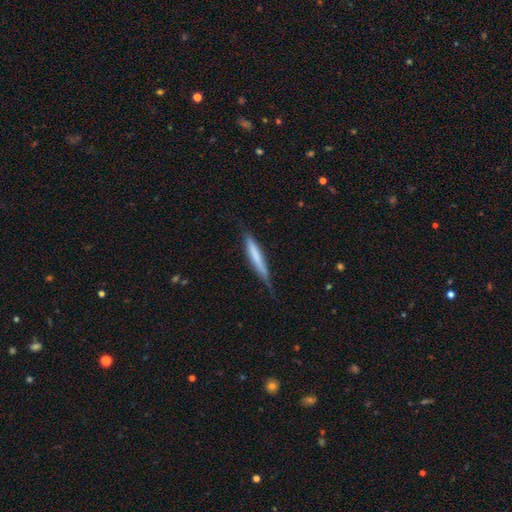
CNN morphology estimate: A smooth galaxy with no disk features (62%) that is cigar-shaped (94%).

Vote fractions:
- Smooth or featured? smooth: 62% / featured or disk: 32% / star or artifact: 5%
- How rounded? cigar-shaped: 94% / in between: 5% / round: 1%
- Merging? none: 65% / minor disturbance: 28% / major disturbance: 6% / merger: 2%